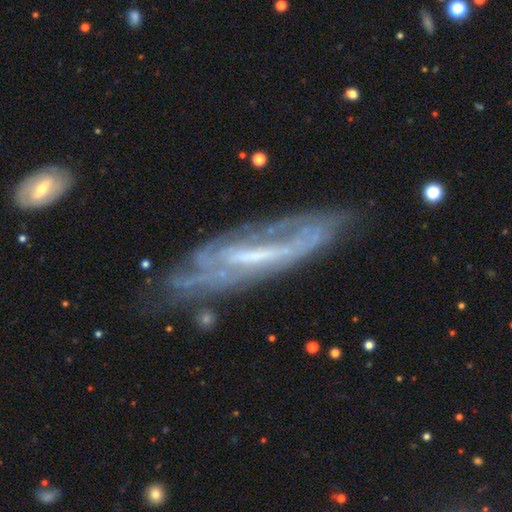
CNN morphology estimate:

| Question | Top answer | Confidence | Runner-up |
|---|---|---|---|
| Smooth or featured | featured or disk | 76% | smooth (15%) |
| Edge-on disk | no | 63% | yes (37%) |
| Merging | none | 62% | minor disturbance (21%) |